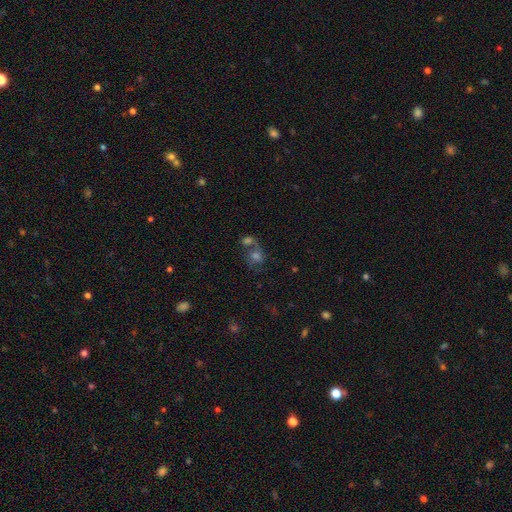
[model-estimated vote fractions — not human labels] Q: Smooth or featured?
A: smooth (40%); runner-up: featured or disk (35%)
Q: Merging?
A: merger (42%); runner-up: none (39%)